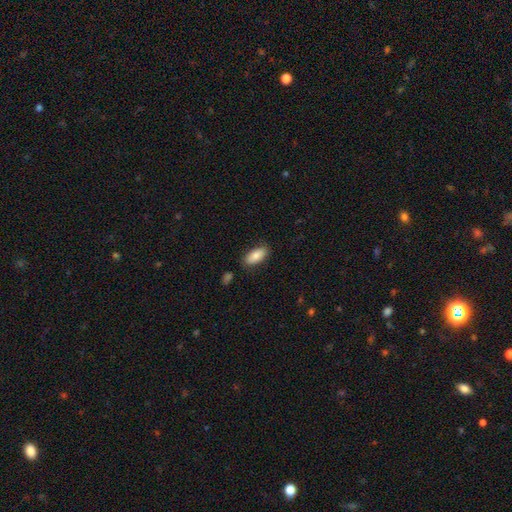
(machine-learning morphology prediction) A smooth galaxy with no disk features (84%) that is in between round and cigar-shaped (89%).

Vote fractions:
- Smooth or featured? smooth: 84% / featured or disk: 10% / star or artifact: 7%
- How rounded? in between: 89% / cigar-shaped: 9% / round: 2%
- Merging? none: 84% / minor disturbance: 11% / major disturbance: 3% / merger: 2%